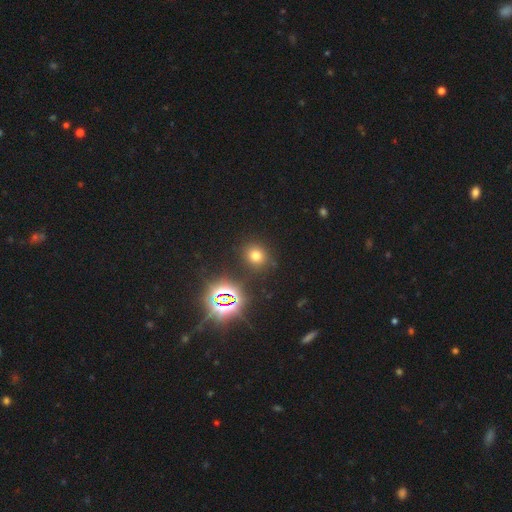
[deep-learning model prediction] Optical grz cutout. It shows a smooth galaxy with no disk features (64%) that is round (82%). Merging: none (85%).